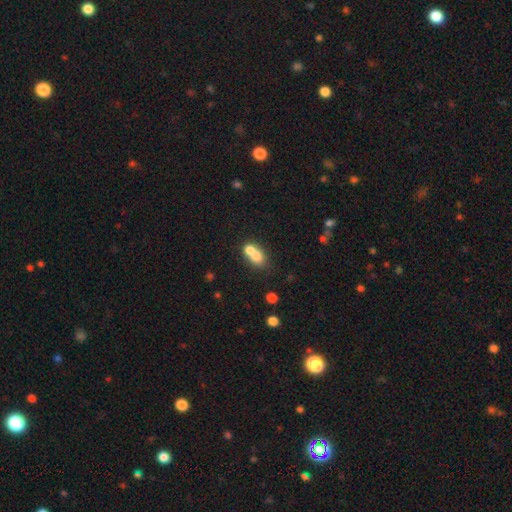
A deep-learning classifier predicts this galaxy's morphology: Smooth or featured?
  - smooth: 71% *
  - featured or disk: 19%
  - star or artifact: 11%
How rounded?
  - round: 53% *
  - in between: 46%
  - cigar-shaped: 1%
Merging?
  - merger: 64% *
  - none: 26%
  - minor disturbance: 6%
  - major disturbance: 3%